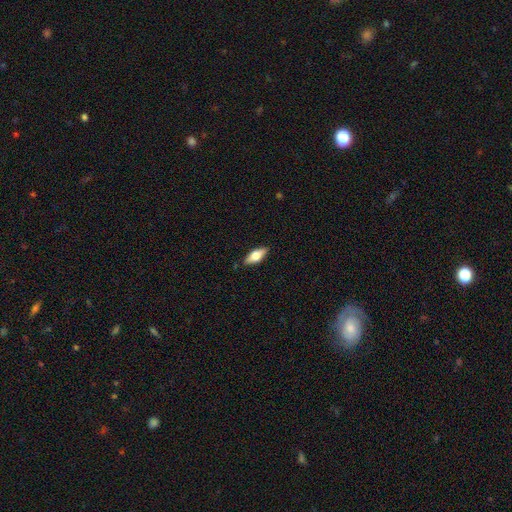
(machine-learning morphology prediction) Overall: smooth (57%; featured or disk 37%). How rounded: in between (73%). Merging: none (87%).